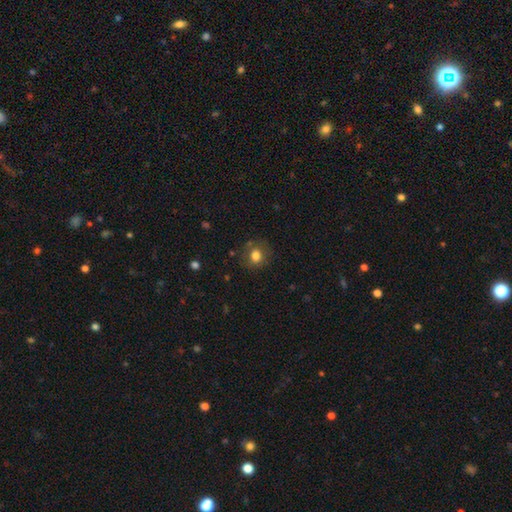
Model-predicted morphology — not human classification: type=smooth (79%); roundness=round (76%); merging=none (80%).